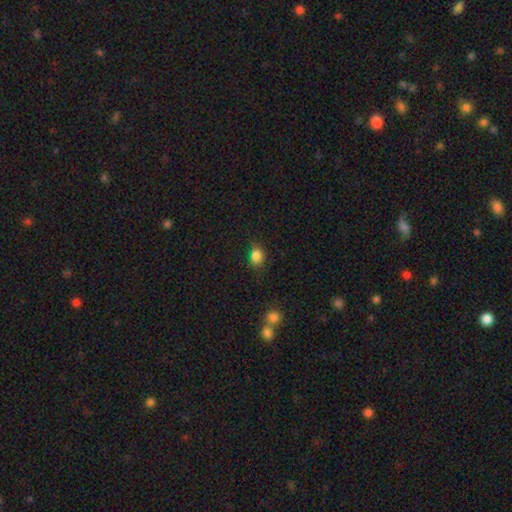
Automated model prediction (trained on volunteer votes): smooth_or_featured: smooth (p=0.83) [alt: star or artifact p=0.12]
how_rounded: in between (p=0.54) [alt: round p=0.44]
merging: none (p=0.61) [alt: minor disturbance p=0.27]